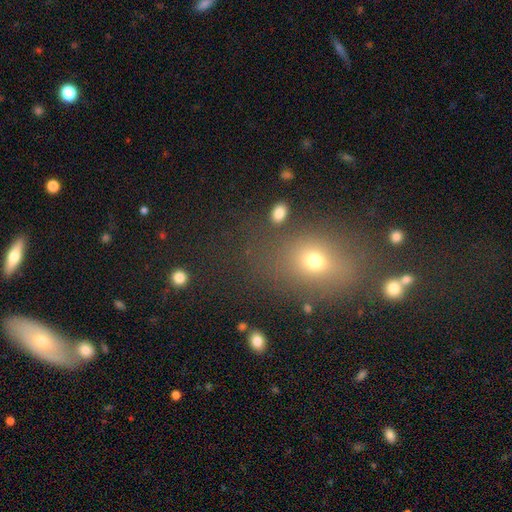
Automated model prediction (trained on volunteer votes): smooth_or_featured: smooth (p=0.59) [alt: star or artifact p=0.26]
how_rounded: in between (p=0.59) [alt: round p=0.39]
merging: none (p=0.77) [alt: minor disturbance p=0.12]